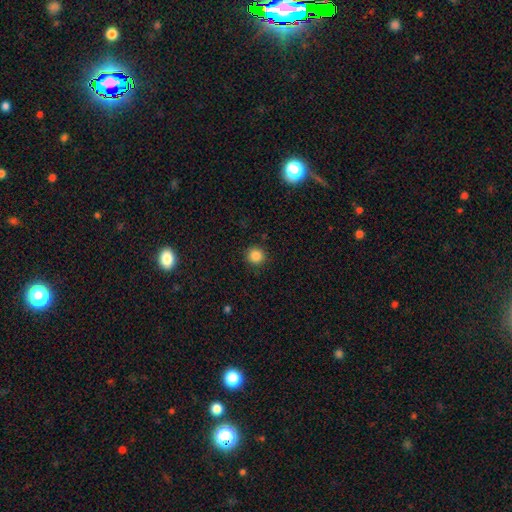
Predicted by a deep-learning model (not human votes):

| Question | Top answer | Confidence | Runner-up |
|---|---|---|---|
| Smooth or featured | smooth | 85% | star or artifact (11%) |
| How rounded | round | 94% | in between (5%) |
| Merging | none | 91% | minor disturbance (6%) |